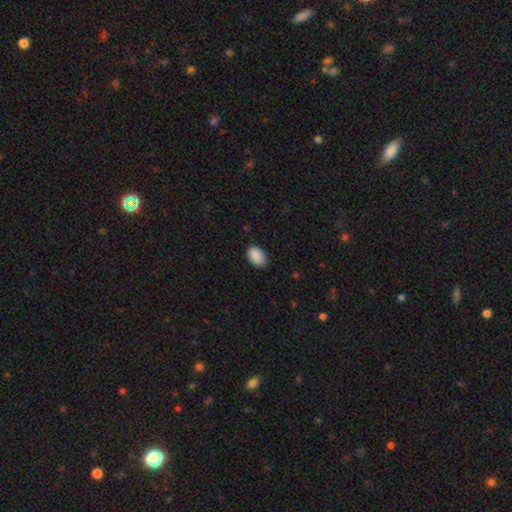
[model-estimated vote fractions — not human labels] Q: Smooth or featured?
A: smooth (90%); runner-up: star or artifact (7%)
Q: How rounded?
A: in between (88%); runner-up: round (11%)
Q: Merging?
A: none (79%); runner-up: minor disturbance (17%)